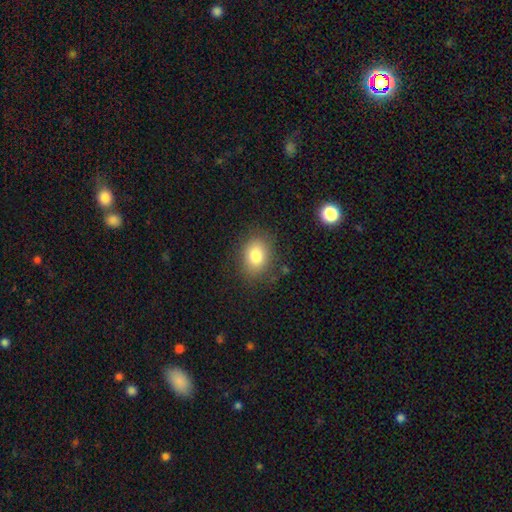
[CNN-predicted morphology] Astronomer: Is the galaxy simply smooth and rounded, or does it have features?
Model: smooth — 81%.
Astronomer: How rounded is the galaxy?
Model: in between — 61% (runner-up: round, 38%).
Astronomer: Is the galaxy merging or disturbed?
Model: none — 83%.